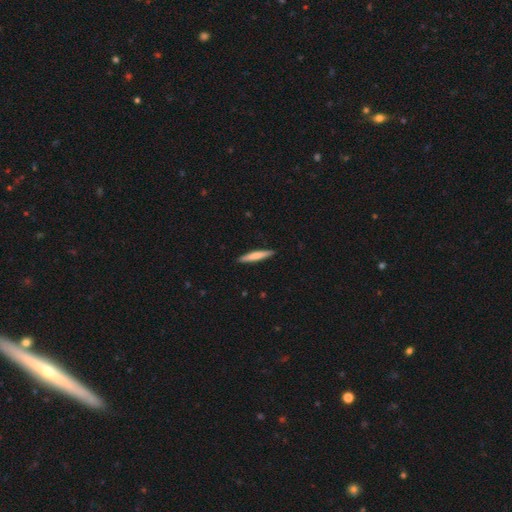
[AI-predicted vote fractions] Smooth or featured?
  - smooth: 70% *
  - featured or disk: 25%
  - star or artifact: 5%
How rounded?
  - cigar-shaped: 93% *
  - in between: 6%
  - round: 1%
Merging?
  - none: 91% *
  - minor disturbance: 7%
  - major disturbance: 1%
  - merger: 1%